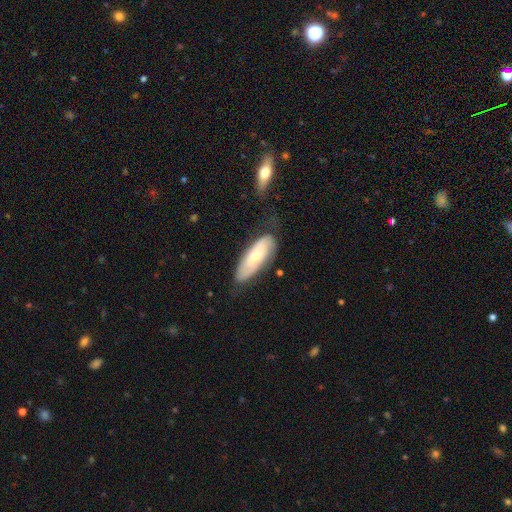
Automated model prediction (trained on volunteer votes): A smooth galaxy with no disk features (55%) that is in between round and cigar-shaped (68%).

Vote fractions:
- Smooth or featured? smooth: 55% / featured or disk: 38% / star or artifact: 6%
- How rounded? in between: 68% / cigar-shaped: 29% / round: 2%
- Merging? none: 65% / minor disturbance: 25% / major disturbance: 7% / merger: 3%